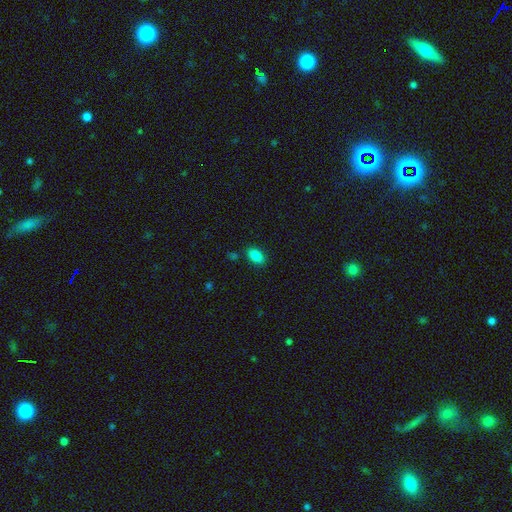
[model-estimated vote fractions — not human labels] Smooth or featured?
  - smooth: 86% *
  - star or artifact: 9%
  - featured or disk: 5%
How rounded?
  - in between: 89% *
  - round: 9%
  - cigar-shaped: 2%
Merging?
  - none: 84% *
  - minor disturbance: 10%
  - merger: 3%
  - major disturbance: 3%